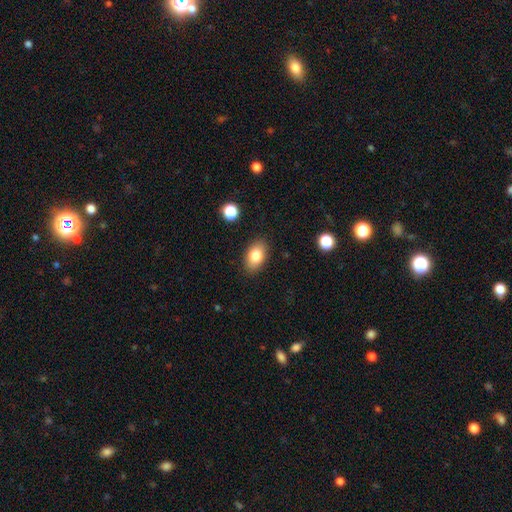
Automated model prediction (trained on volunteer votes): smooth-or-featured: smooth: 81% | featured or disk: 10% | star or artifact: 8%
  how-rounded: in between: 89% | round: 9% | cigar-shaped: 2%
  merging: none: 87% | minor disturbance: 9% | major disturbance: 2% | merger: 1%